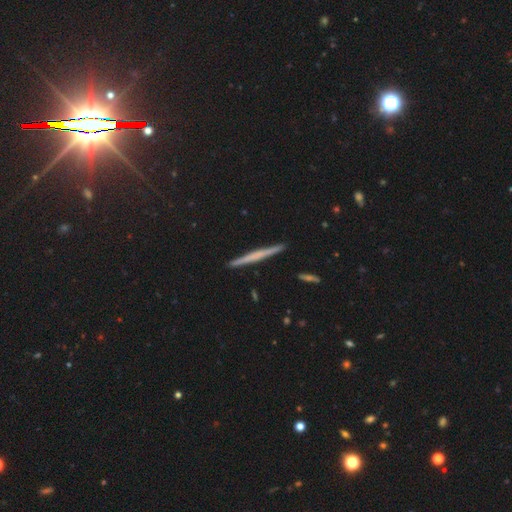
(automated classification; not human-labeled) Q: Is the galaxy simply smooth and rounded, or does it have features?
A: featured or disk — 54%.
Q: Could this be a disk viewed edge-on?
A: yes — 98%.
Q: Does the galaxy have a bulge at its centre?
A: none — 78%.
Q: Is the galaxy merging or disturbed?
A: none — 91%.